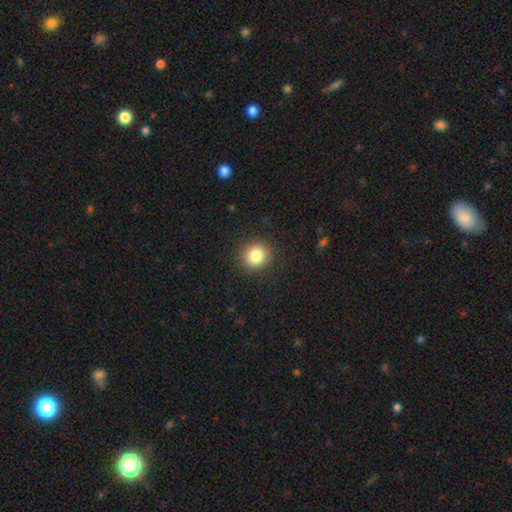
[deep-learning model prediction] Morphology: type=smooth (84%); roundness=round (90%); merging=none (90%).